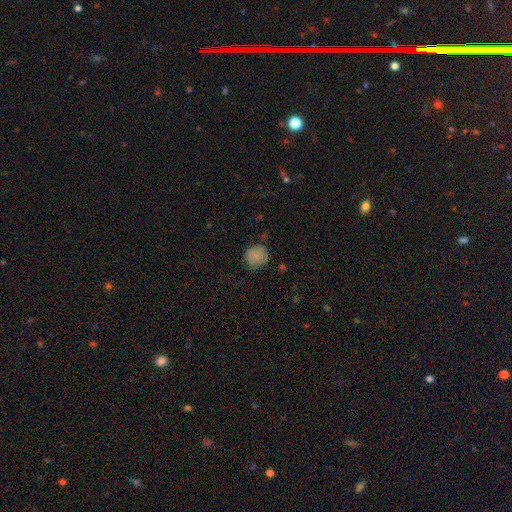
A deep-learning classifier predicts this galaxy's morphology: This appears to be a smooth galaxy with no disk features (81%) that is round (87%). Merging: none (73%).